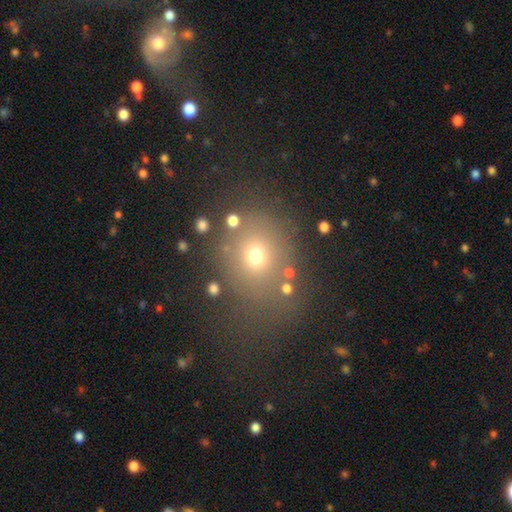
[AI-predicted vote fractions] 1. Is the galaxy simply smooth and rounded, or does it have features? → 66% smooth, 21% star or artifact, 13% featured or disk.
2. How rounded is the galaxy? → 72% round, 27% in between, 1% cigar-shaped.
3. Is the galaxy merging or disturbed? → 70% none, 14% minor disturbance, 10% major disturbance, 6% merger.